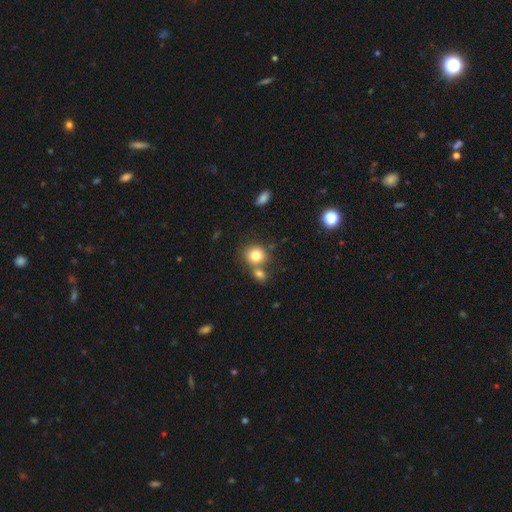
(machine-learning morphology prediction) Smooth or featured? smooth (80%)
How rounded? round (77%)
Merging? none (55%)